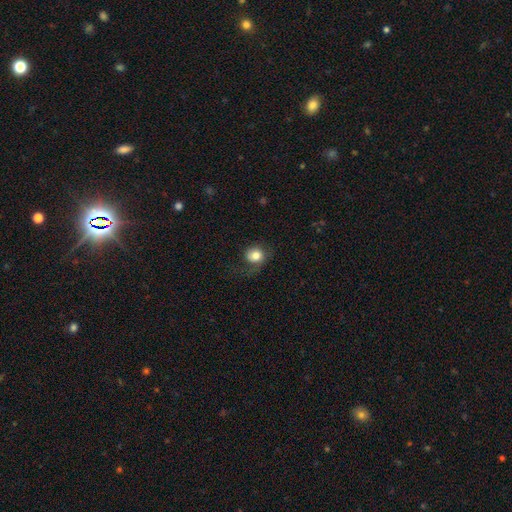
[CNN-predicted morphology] A smooth galaxy with no disk features (78%) that is round (78%). Merging: none (53%).